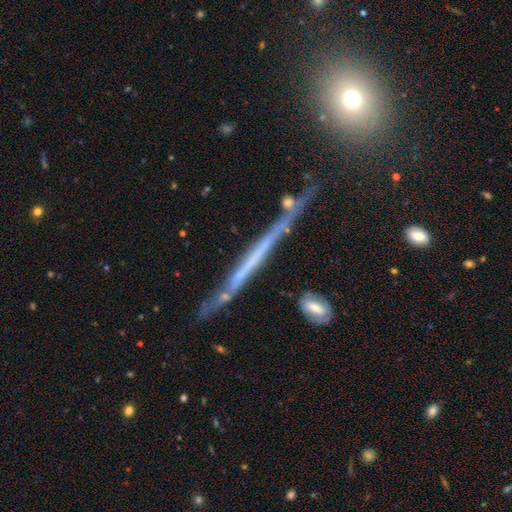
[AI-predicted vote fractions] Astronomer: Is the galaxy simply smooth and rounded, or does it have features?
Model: featured or disk — 66%.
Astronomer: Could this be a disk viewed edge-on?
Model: yes — 94%.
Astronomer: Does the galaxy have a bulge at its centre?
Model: none — 89%.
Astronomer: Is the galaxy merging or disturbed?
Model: none — 78%.